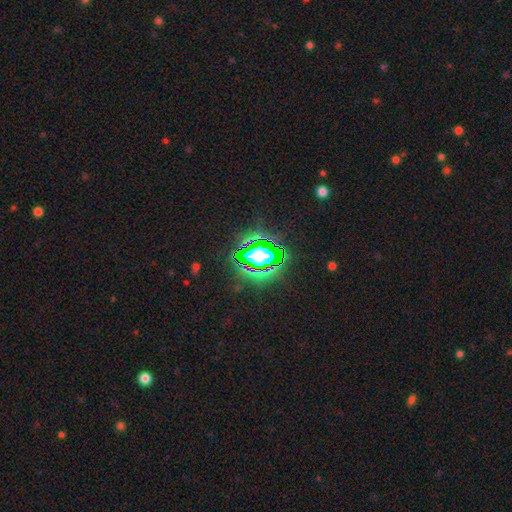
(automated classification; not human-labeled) star or artifact 83%, smooth 10%, featured or disk 6%.